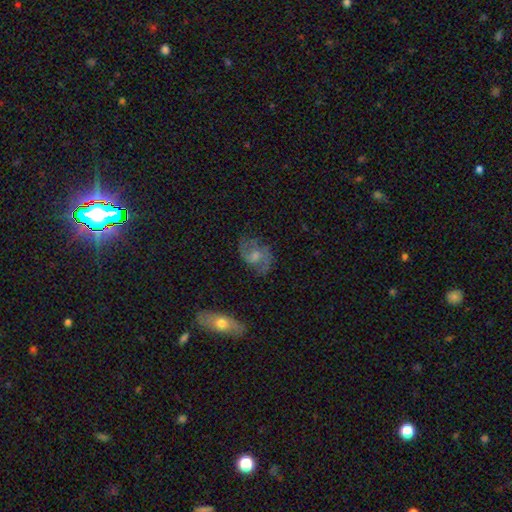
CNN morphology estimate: smooth_or_featured: featured or disk (p=0.67) [alt: smooth p=0.24]
disk_edge_on: no (p=0.96) [alt: yes p=0.04]
bar: no (p=0.48) [alt: weak p=0.44]
has_spiral_arms: yes (p=0.87) [alt: no p=0.13]
spiral_winding: medium (p=0.48) [alt: loose p=0.36]
spiral_arm_count: 2 (p=0.83) [alt: can't tell p=0.09]
bulge_size: moderate (p=0.41) [alt: small p=0.37]
merging: none (p=0.68) [alt: minor disturbance p=0.20]